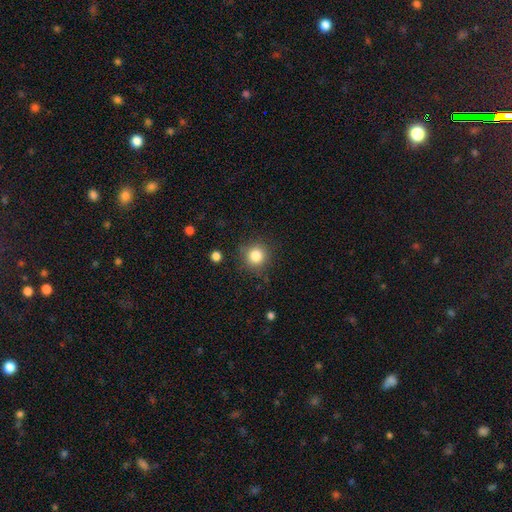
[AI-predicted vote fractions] Overall: smooth (83%). How rounded: round (93%). Merging: none (85%).